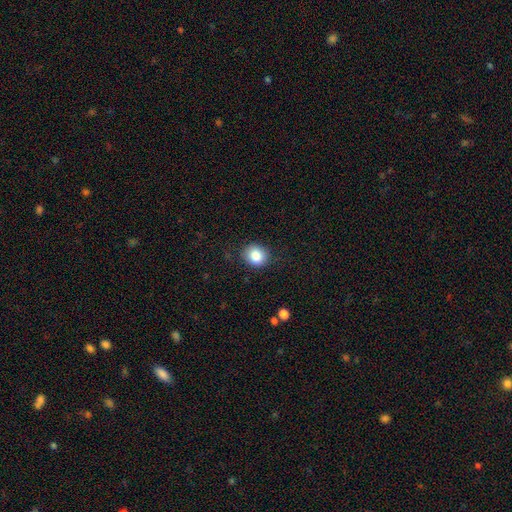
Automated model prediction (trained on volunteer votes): A smooth galaxy with no disk features (85%) that is round (77%). Merging: none (86%).